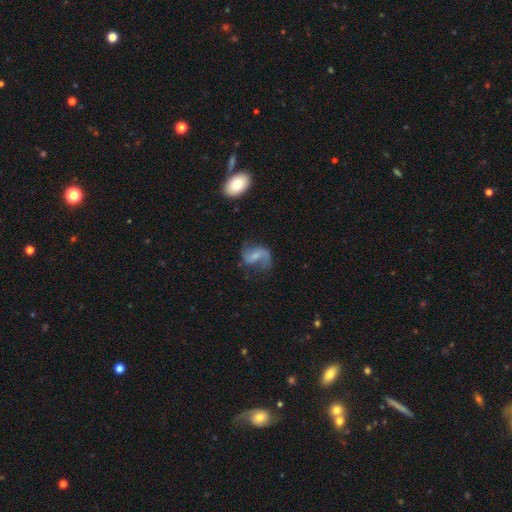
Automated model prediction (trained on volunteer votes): Smooth or featured? featured or disk (75%)
Edge-on disk? no (98%)
Bar? weak (47%)
Spiral arms? yes (93%)
Spiral winding? loose (62%)
Spiral arm count? 2 (83%)
Bulge size? small (43%)
Merging? none (58%)